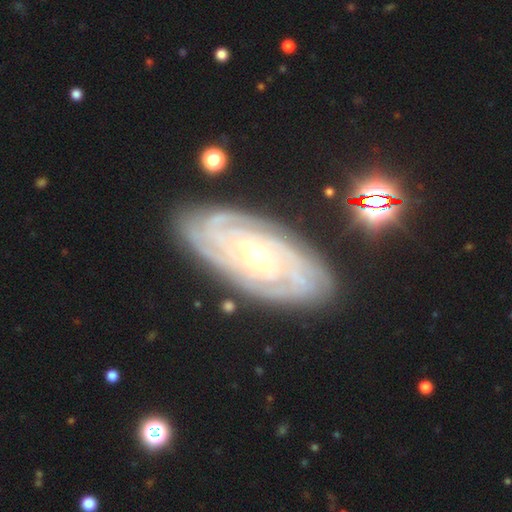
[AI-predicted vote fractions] Smooth or featured: featured or disk — 88% (smooth — 6%)
Edge-on disk: no — 93% (yes — 7%)
Bar: no — 48% (weak — 35%)
Spiral arms: yes — 98% (no — 2%)
Spiral winding: tight — 82% (medium — 15%)
Spiral arm count: can't tell — 27% (4 — 25%)
Bulge size: small — 53% (moderate — 43%)
Merging: none — 83% (minor disturbance — 13%)